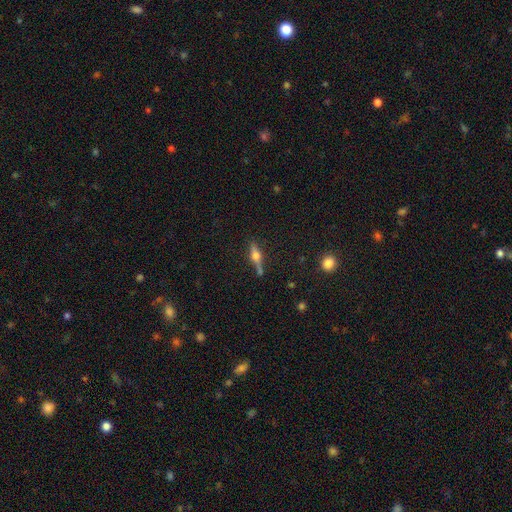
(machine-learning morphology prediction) Smooth or featured?
  - featured or disk: 66% *
  - smooth: 25%
  - star or artifact: 9%
Edge-on disk?
  - yes: 95% *
  - no: 5%
Edge-on bulge?
  - rounded: 95% *
  - boxy: 4%
  - none: 2%
Merging?
  - none: 76% *
  - minor disturbance: 13%
  - merger: 7%
  - major disturbance: 4%